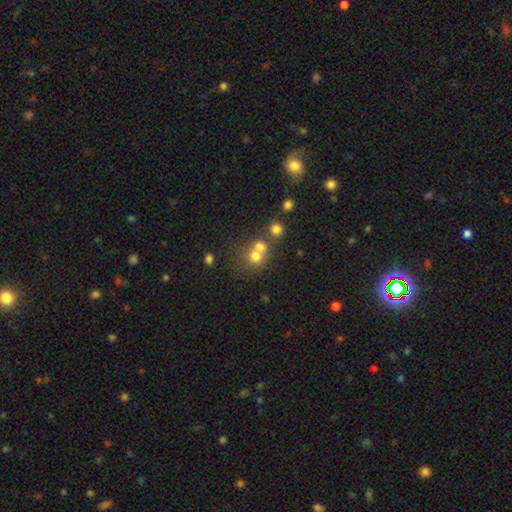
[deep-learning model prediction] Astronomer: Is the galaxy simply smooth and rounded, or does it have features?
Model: smooth — 69%.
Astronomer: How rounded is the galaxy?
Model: round — 82%.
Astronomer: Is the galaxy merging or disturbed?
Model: merger — 51% (runner-up: none, 38%).